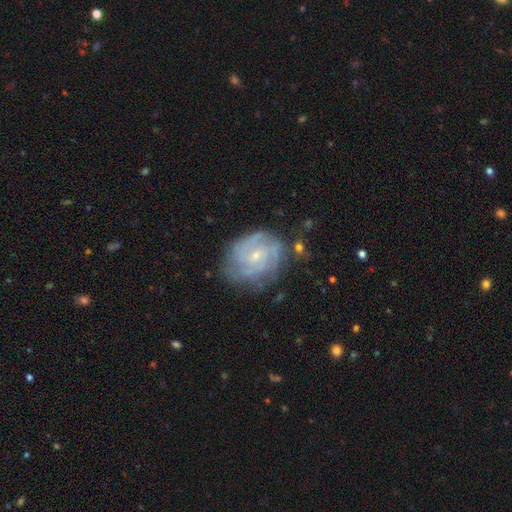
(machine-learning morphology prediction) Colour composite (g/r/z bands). It shows a featured or disk galaxy (85%) with no bar (59%), 3 (27%) tight (64%) spiral arms (96%) and a small central bulge (74%). Merging: none (70%).